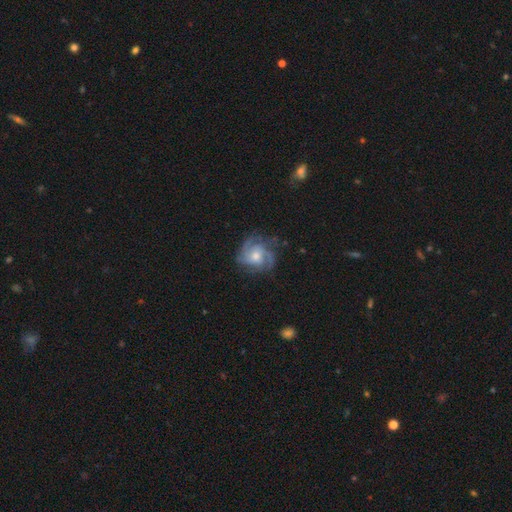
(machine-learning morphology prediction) smooth-or-featured: featured or disk: 84% | smooth: 10% | star or artifact: 6%
  disk-edge-on: no: 98% | yes: 2%
    bar: no: 74% | weak: 23% | strong: 4%
    has-spiral-arms: yes: 96% | no: 4%
      spiral-winding: tight: 48% | medium: 41% | loose: 10%
      spiral-arm-count: 3: 40% | 4: 20% | can't tell: 17% | 2: 12% | more than 4: 6% | 1: 5%
    bulge-size: moderate: 58% | small: 34% | large: 5% | none: 2% | dominant: 1%
  merging: none: 73% | minor disturbance: 18% | major disturbance: 8% | merger: 1%